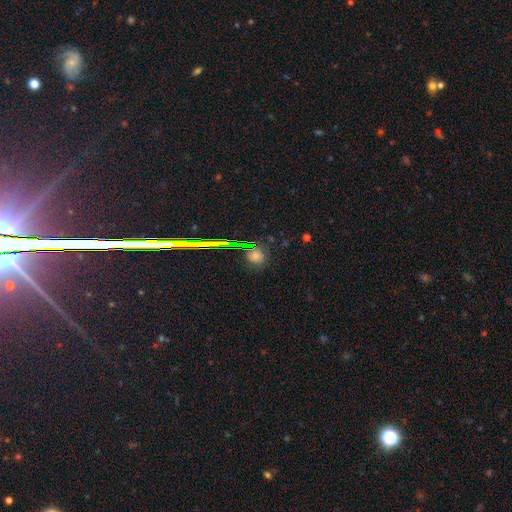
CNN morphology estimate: A smooth galaxy with no disk features (56%) that is round (78%). Merging: none (73%).